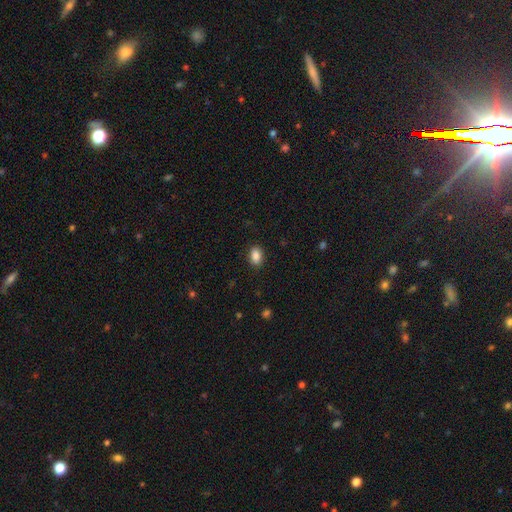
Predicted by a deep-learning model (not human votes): Smooth or featured: smooth — 88% (star or artifact — 8%)
How rounded: in between — 85% (round — 14%)
Merging: none — 88% (minor disturbance — 8%)